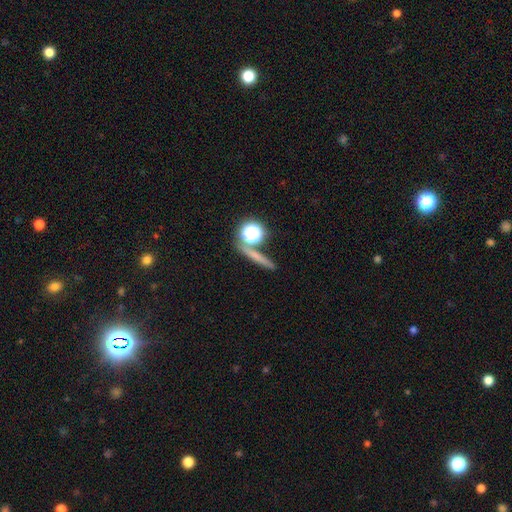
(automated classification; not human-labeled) Smooth or featured: smooth — 56% (star or artifact — 22%)
How rounded: cigar-shaped — 53% (round — 35%)
Merging: none — 76% (merger — 12%)